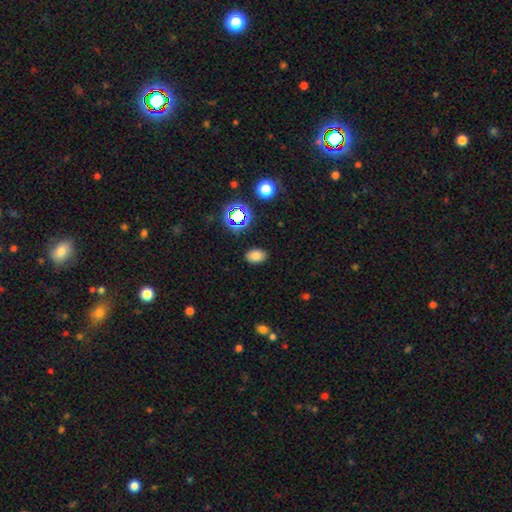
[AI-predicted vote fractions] Smooth or featured? smooth (77%)
How rounded? in between (80%)
Merging? none (87%)